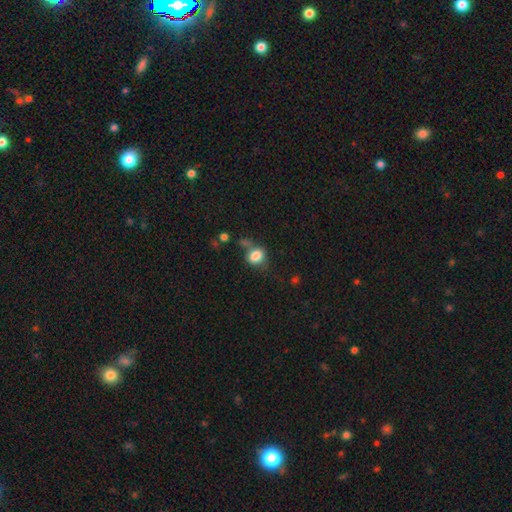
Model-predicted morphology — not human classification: smooth_or_featured: smooth (p=0.82) [alt: star or artifact p=0.10]
how_rounded: round (p=0.52) [alt: in between p=0.46]
merging: none (p=0.51) [alt: minor disturbance p=0.23]